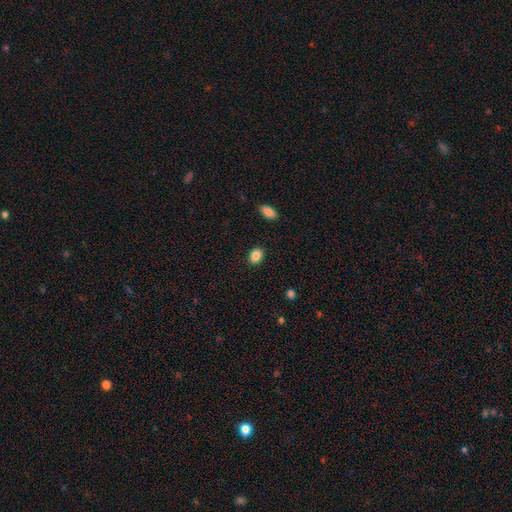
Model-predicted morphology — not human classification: This is clearly a smooth galaxy (86%). How rounded: likely in between (62%). Merging: clearly none (88%).